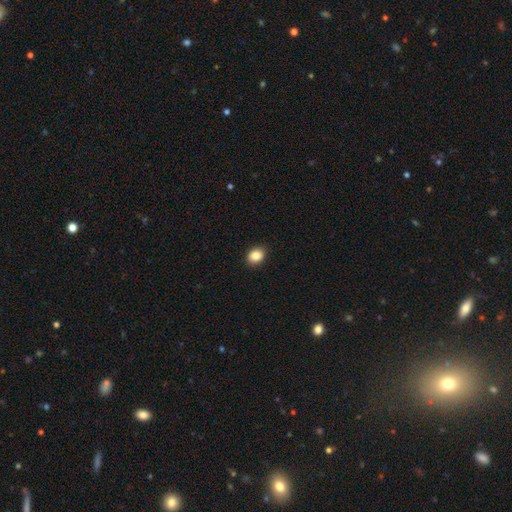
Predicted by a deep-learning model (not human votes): Q: Smooth or featured?
A: smooth (87%); runner-up: star or artifact (9%)
Q: How rounded?
A: round (51%); runner-up: in between (48%)
Q: Merging?
A: none (91%); runner-up: minor disturbance (6%)